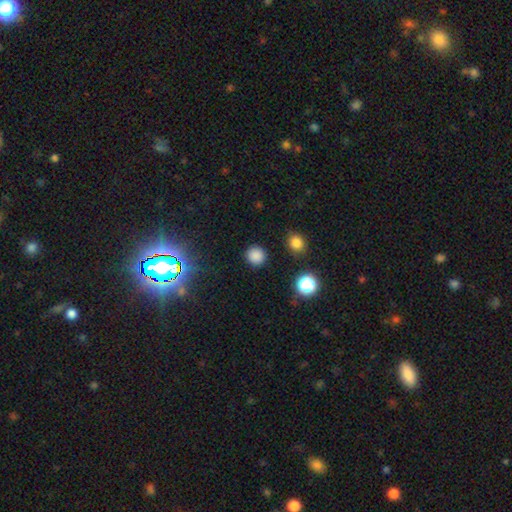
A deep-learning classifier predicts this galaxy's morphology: A smooth galaxy with no disk features (82%) that is round (92%). Merging: none (89%).